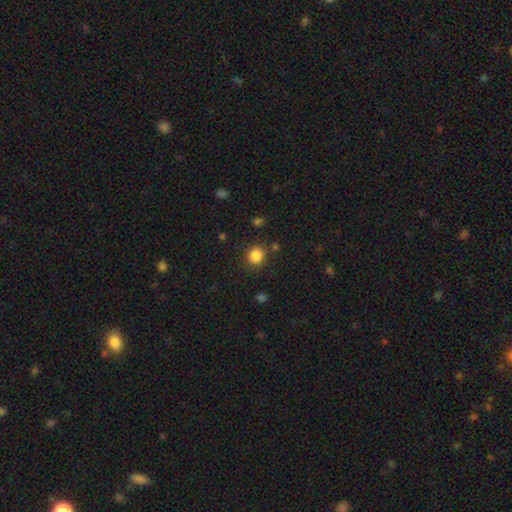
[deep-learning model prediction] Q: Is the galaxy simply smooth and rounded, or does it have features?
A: smooth — 85%.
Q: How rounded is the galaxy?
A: round — 84%.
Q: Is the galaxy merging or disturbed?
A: none — 87%.